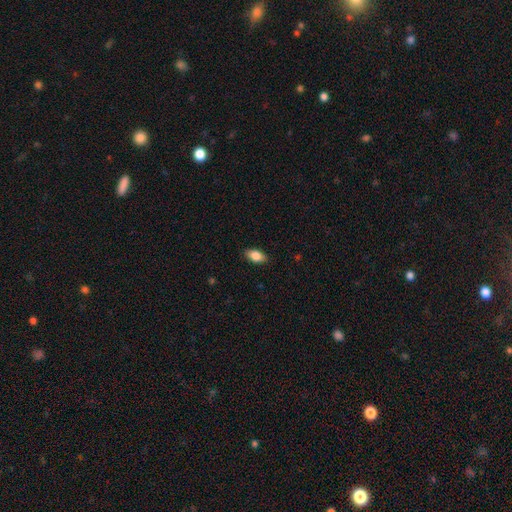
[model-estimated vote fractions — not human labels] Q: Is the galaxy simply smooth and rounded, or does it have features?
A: smooth — 85%.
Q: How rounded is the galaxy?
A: in between — 91%.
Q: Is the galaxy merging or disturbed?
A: none — 88%.